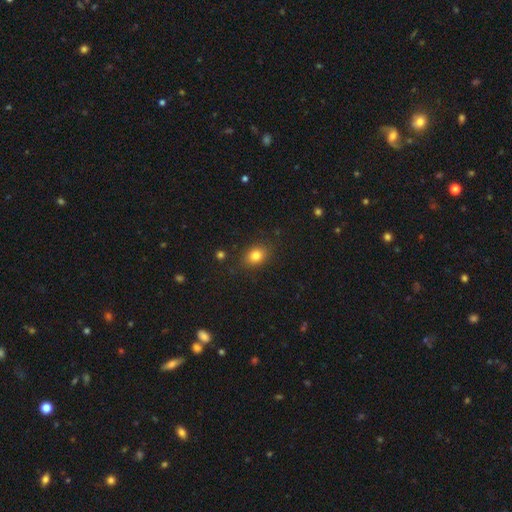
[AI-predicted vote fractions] Morphology: type=smooth (82%); roundness=in between (59%); merging=none (84%).